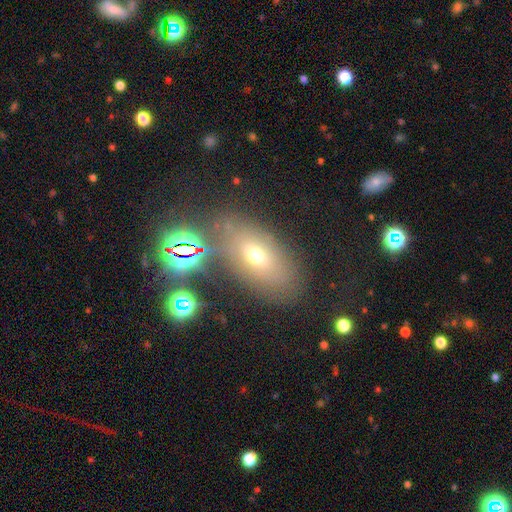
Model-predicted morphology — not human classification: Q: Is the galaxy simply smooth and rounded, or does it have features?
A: smooth — 57%.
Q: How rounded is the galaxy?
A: in between — 82%.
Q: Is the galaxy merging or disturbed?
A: none — 70%.